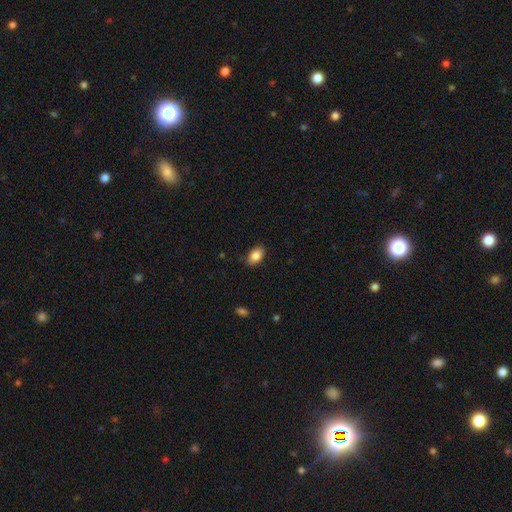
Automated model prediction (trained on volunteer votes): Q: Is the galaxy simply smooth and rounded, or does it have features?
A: smooth — 86%.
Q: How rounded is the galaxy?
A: in between — 87%.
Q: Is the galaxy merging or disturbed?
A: none — 86%.